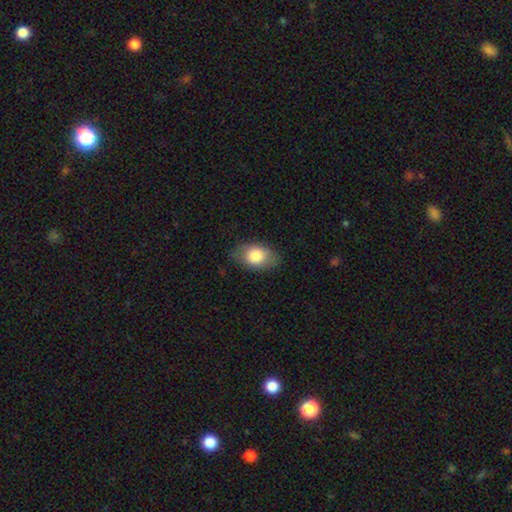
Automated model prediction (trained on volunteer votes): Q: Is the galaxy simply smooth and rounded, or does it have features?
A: smooth — 81%.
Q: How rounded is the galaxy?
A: in between — 86%.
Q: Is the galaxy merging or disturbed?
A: none — 78%.